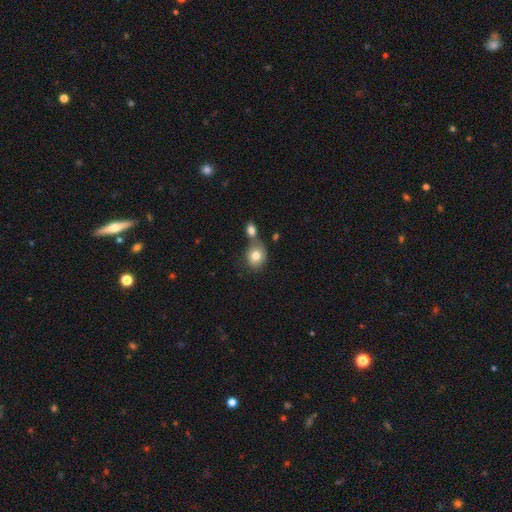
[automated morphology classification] This is likely a smooth galaxy (79%). How rounded: possibly round (60%). Merging: marginally none (43%).